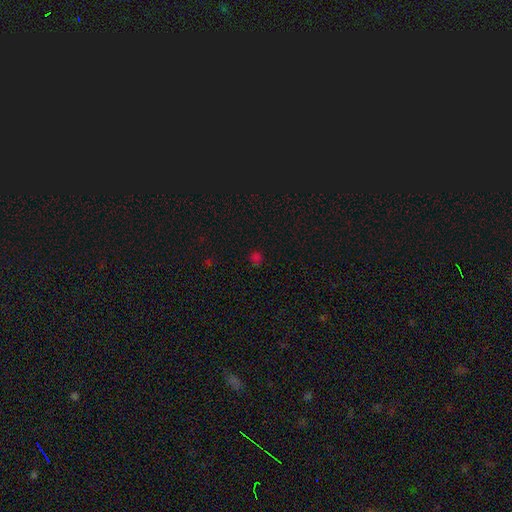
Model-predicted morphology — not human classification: Smooth or featured?
  - smooth: 62% *
  - star or artifact: 33%
  - featured or disk: 5%
How rounded?
  - round: 84% *
  - in between: 15%
  - cigar-shaped: 1%
Merging?
  - none: 82% *
  - minor disturbance: 11%
  - major disturbance: 4%
  - merger: 3%